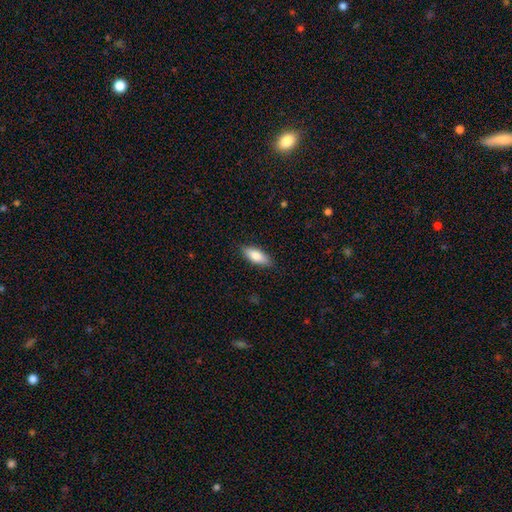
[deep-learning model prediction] Smooth or featured? smooth (81%)
How rounded? in between (75%)
Merging? none (86%)